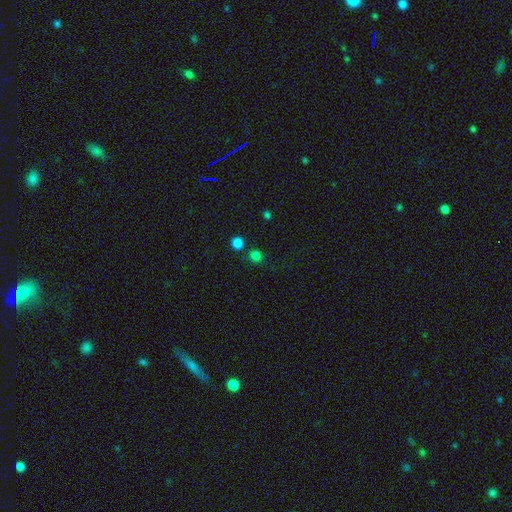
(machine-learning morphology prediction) smooth_or_featured: smooth (p=0.78) [alt: star or artifact p=0.19]
how_rounded: round (p=0.85) [alt: in between p=0.14]
merging: none (p=0.77) [alt: merger p=0.11]